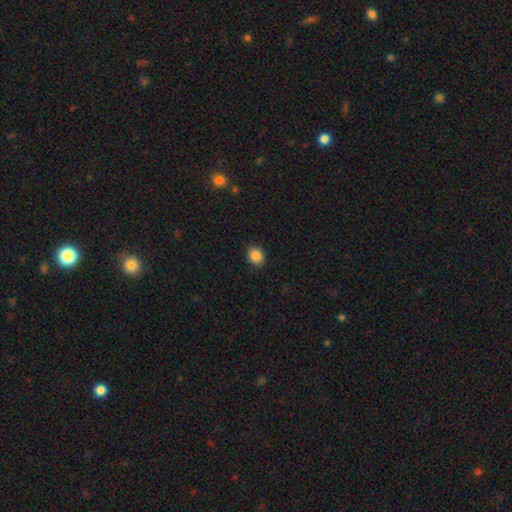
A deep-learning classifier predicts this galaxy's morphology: The model was most divided on "how rounded": round: 60%, in between: 39%, cigar-shaped: 1%. More confident: merging — none (90%); smooth or featured — smooth (87%).